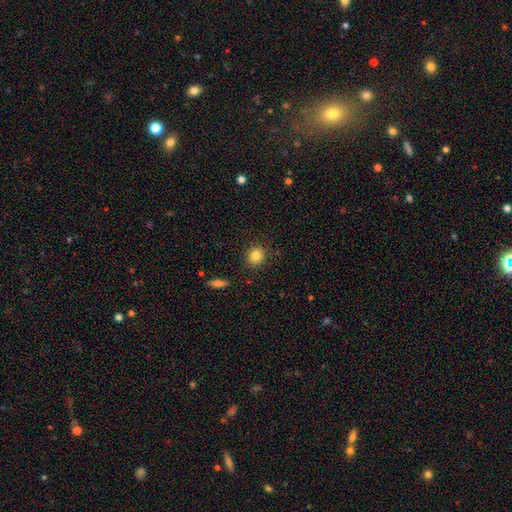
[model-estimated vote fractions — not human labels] Overall: smooth (83%). How rounded: round (80%). Merging: none (89%).